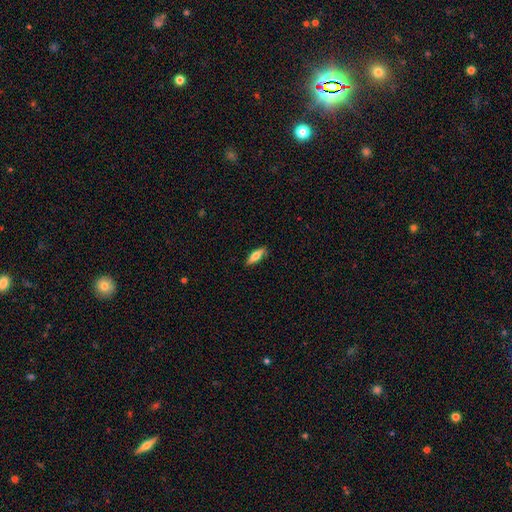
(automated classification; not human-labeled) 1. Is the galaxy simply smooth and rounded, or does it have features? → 62% smooth, 32% featured or disk, 6% star or artifact.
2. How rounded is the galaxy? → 51% cigar-shaped, 47% in between, 2% round.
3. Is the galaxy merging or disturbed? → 82% none, 14% minor disturbance, 2% major disturbance, 1% merger.